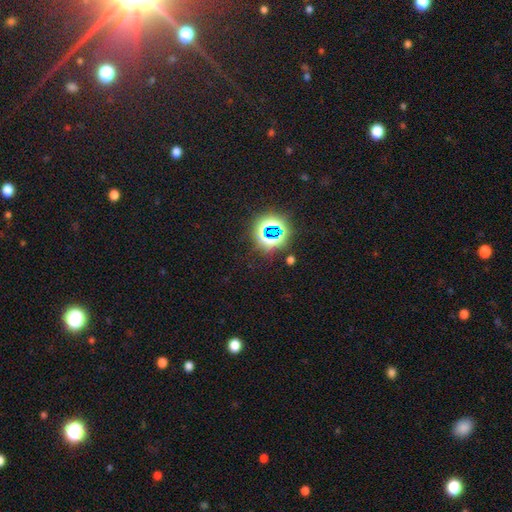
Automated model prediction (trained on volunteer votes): smooth-or-featured: star or artifact: 77% | smooth: 14% | featured or disk: 8%